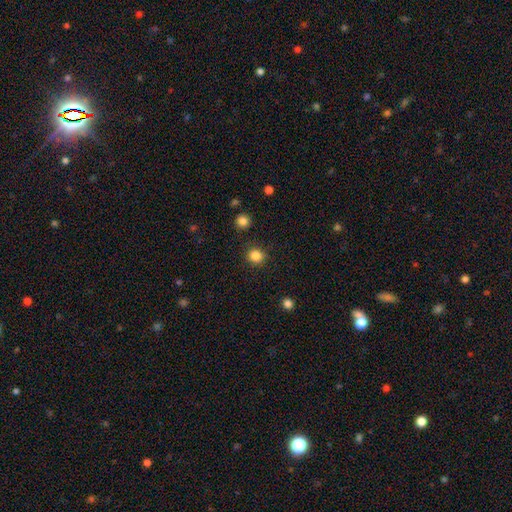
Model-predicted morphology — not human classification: Smooth or featured? smooth (85%)
How rounded? round (88%)
Merging? none (89%)